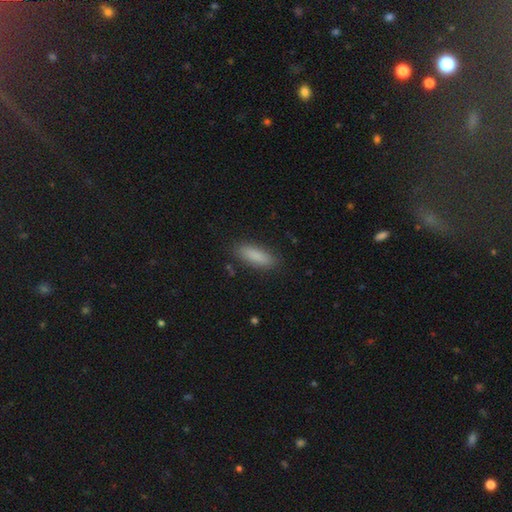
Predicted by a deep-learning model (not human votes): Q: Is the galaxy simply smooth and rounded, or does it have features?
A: smooth — 87%.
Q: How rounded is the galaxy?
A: in between — 53%.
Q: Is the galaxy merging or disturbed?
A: none — 86%.